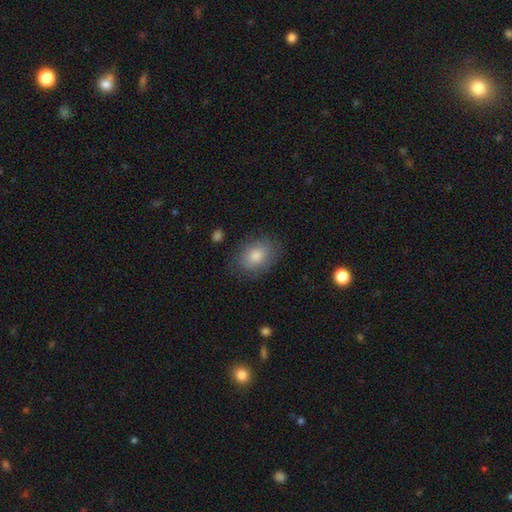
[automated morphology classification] smooth-or-featured: smooth: 81% | featured or disk: 11% | star or artifact: 8%
  how-rounded: in between: 74% | round: 25% | cigar-shaped: 1%
  merging: none: 80% | minor disturbance: 14% | major disturbance: 4% | merger: 1%